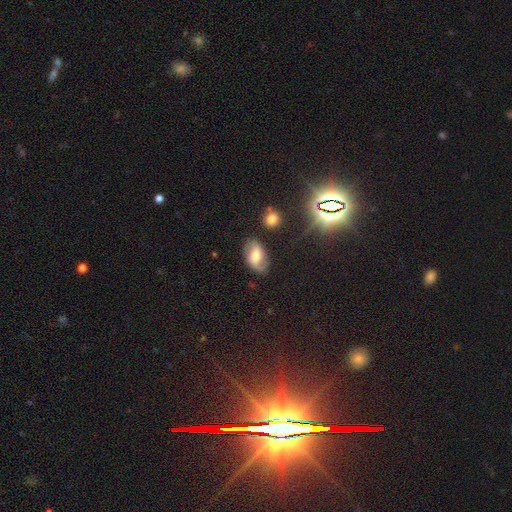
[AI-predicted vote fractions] featured or disk 50%, smooth 40%, star or artifact 10%. Down the decision tree: merging — none (77%).